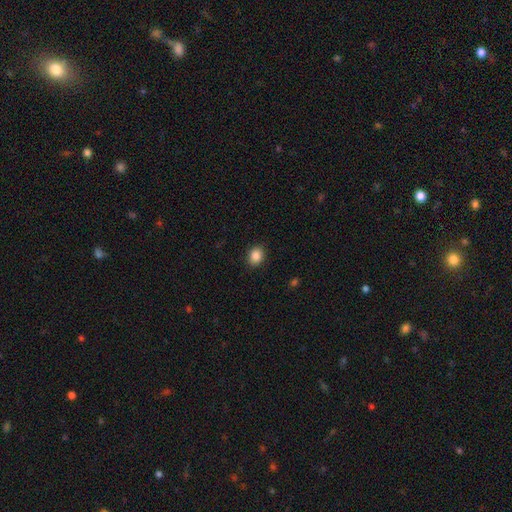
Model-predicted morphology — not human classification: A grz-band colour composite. It shows a smooth galaxy with no disk features (87%) that is round (56%). Merging: none (90%).